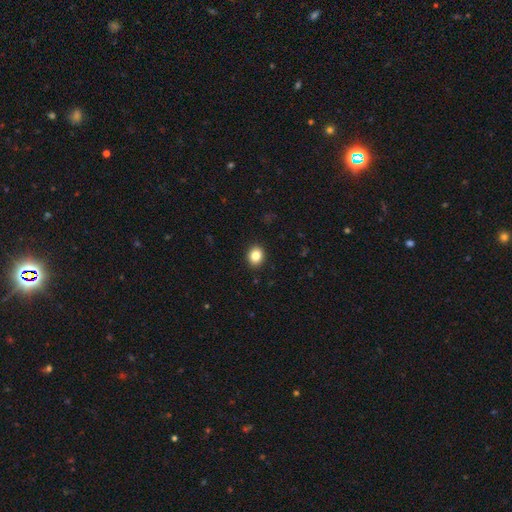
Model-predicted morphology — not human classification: type=smooth (84%); roundness=round (58%); merging=none (91%).